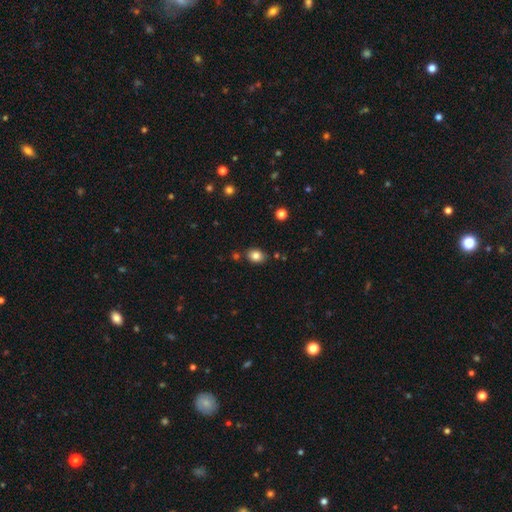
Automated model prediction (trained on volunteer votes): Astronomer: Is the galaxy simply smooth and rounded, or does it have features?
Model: smooth — 83%.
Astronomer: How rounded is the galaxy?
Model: in between — 56% (runner-up: round, 43%).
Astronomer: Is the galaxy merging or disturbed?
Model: none — 81%.